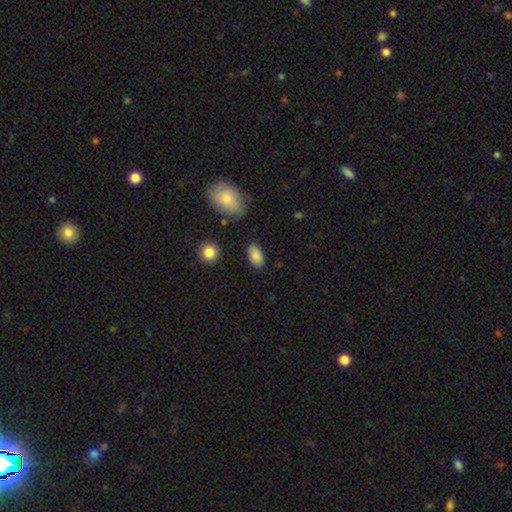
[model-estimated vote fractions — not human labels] The model was most divided on "merging": none: 85%, minor disturbance: 10%, major disturbance: 3%, merger: 2%. More confident: how rounded — in between (93%); smooth or featured — smooth (87%).